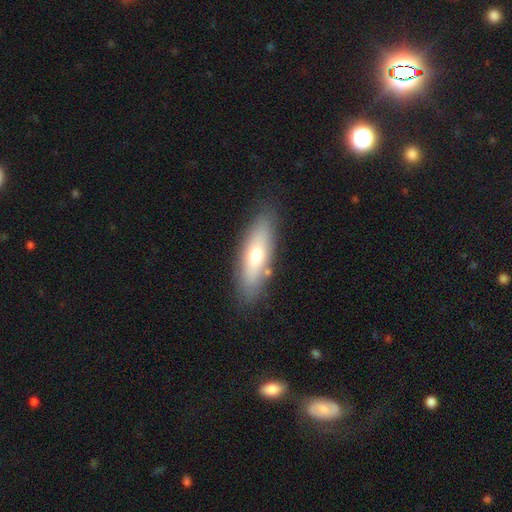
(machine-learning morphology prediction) The model was most divided on "how rounded": in between: 56%, cigar-shaped: 41%, round: 3%. More confident: merging — none (82%); smooth or featured — smooth (61%).